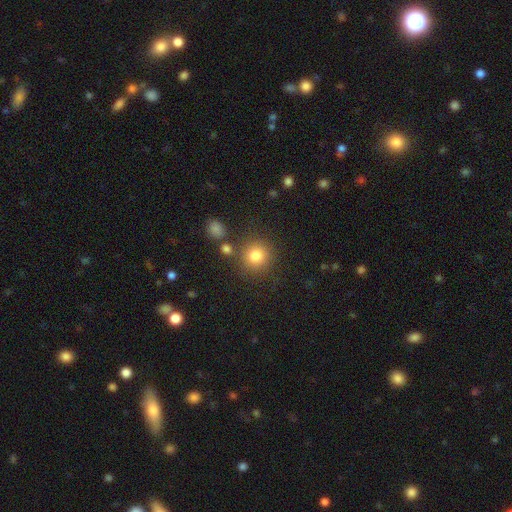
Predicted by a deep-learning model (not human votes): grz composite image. It shows a smooth galaxy with no disk features (81%) that is round (91%). Merging: none (80%).